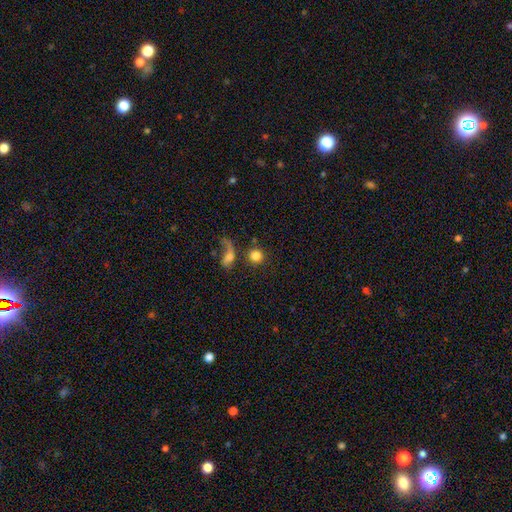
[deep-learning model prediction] smooth 79%, featured or disk 11%, star or artifact 10%. Down the decision tree: how rounded — round (91%); merging — none (64%).